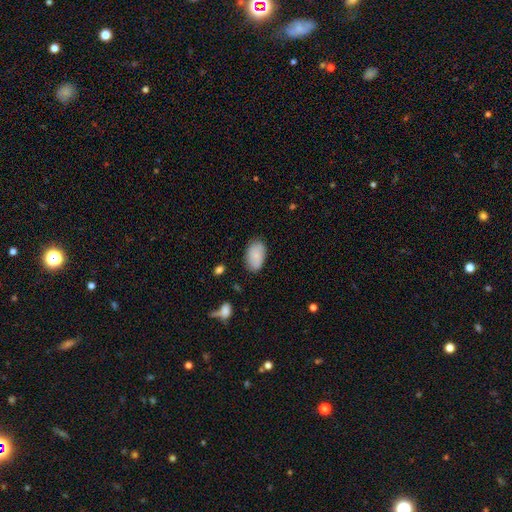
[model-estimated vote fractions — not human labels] Morphology: type=smooth (84%); roundness=in between (93%); merging=none (80%).